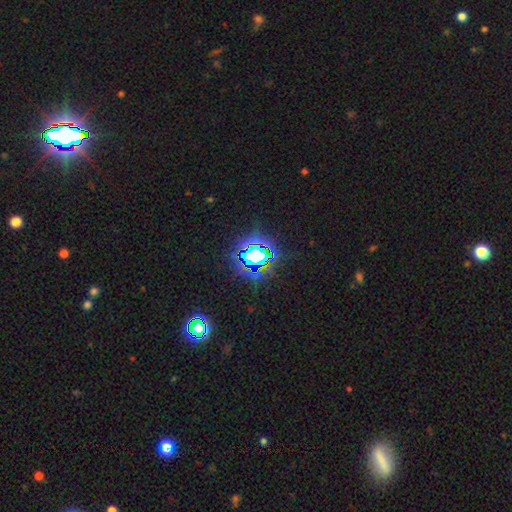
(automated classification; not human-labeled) Smooth or featured: star or artifact — 75% (smooth — 14%)